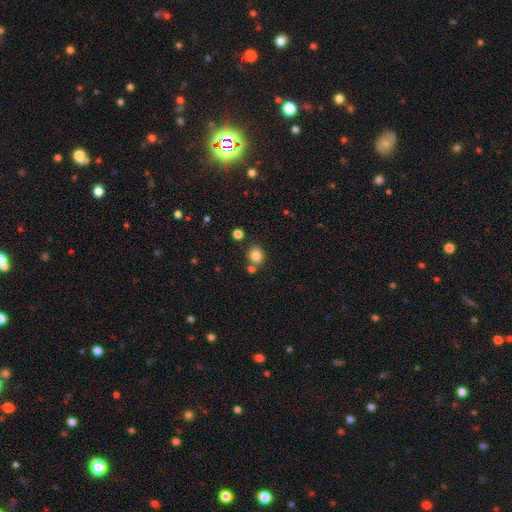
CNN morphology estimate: smooth 83%, star or artifact 12%, featured or disk 6%. Down the decision tree: how rounded — round (76%); merging — none (73%).